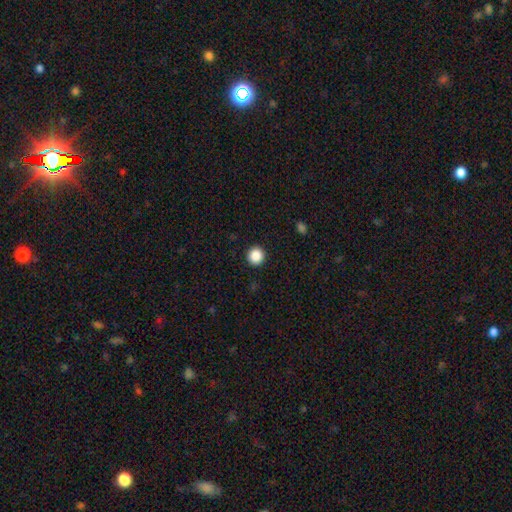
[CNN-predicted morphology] This is clearly a smooth galaxy (87%). How rounded: clearly round (95%). Merging: clearly none (93%).